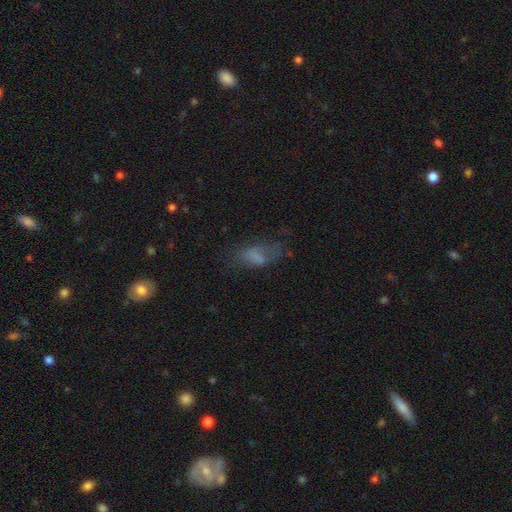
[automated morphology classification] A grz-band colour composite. It shows a smooth galaxy with no disk features (61%) that is in between round and cigar-shaped (82%). Merging: none (44%).